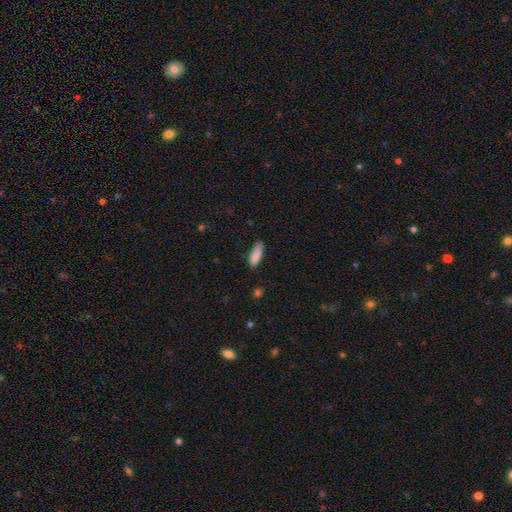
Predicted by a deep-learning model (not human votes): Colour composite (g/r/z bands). It shows a smooth galaxy with no disk features (87%) that is in between round and cigar-shaped (58%). Merging: none (73%).